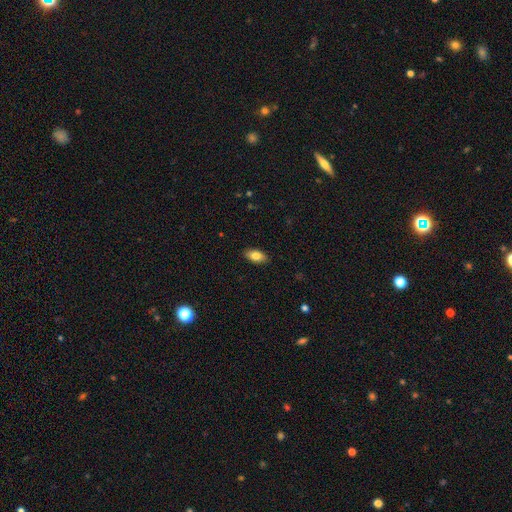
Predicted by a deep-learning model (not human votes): smooth 82%, featured or disk 11%, star or artifact 7%. Down the decision tree: how rounded — in between (90%); merging — none (88%).